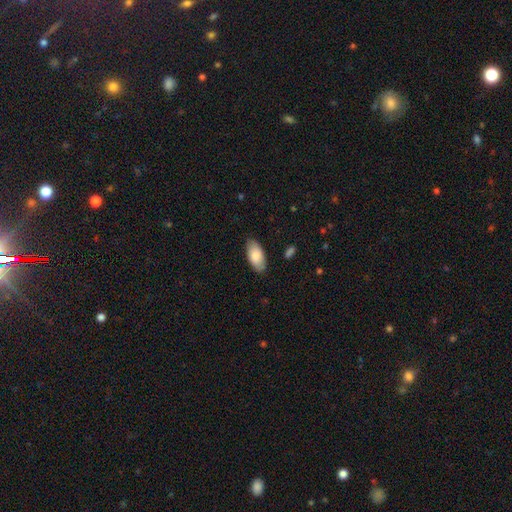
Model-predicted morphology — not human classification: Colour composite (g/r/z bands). It shows a smooth galaxy with no disk features (83%) that is in between round and cigar-shaped (94%). Merging: none (84%).